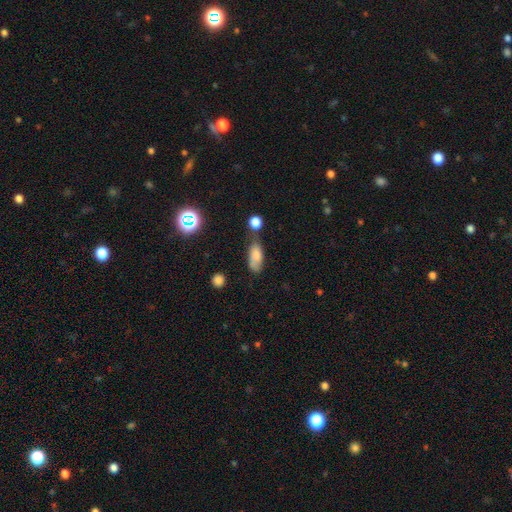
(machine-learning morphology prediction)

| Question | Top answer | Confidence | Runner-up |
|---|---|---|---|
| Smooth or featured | smooth | 75% | featured or disk (15%) |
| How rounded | in between | 80% | cigar-shaped (16%) |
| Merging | none | 51% | minor disturbance (27%) |